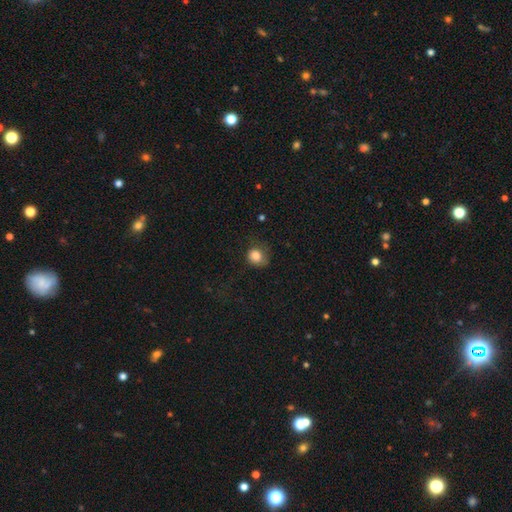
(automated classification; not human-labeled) Overall: smooth (82%). How rounded: round (73%). Merging: none (56%; minor disturbance 27%).